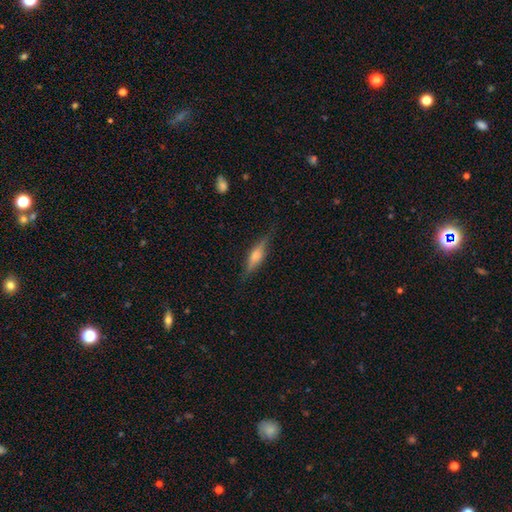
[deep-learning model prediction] Overall: featured or disk (52%; smooth 40%). Edge-on disk: yes (94%). Merging: none (82%).